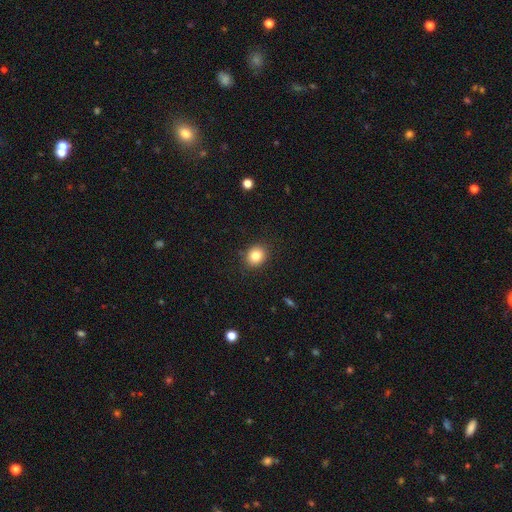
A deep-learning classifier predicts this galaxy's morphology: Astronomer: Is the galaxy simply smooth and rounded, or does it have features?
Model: smooth — 83%.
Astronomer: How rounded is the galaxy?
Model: round — 69%.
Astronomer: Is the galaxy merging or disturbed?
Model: none — 88%.